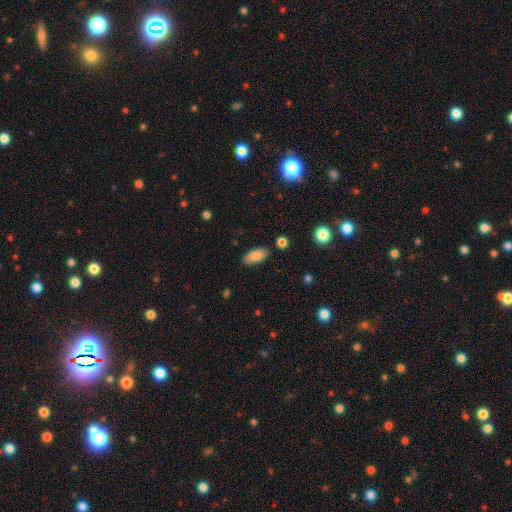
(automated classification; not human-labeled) This is clearly a smooth galaxy (85%). How rounded: clearly in between (90%). Merging: clearly none (85%).